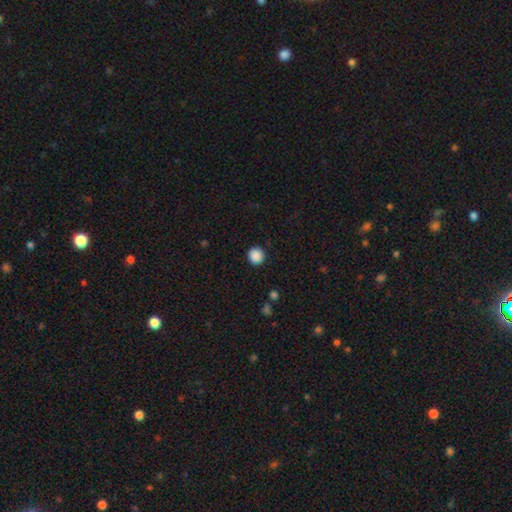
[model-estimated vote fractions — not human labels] Overall: smooth (89%). How rounded: round (95%). Merging: none (92%).